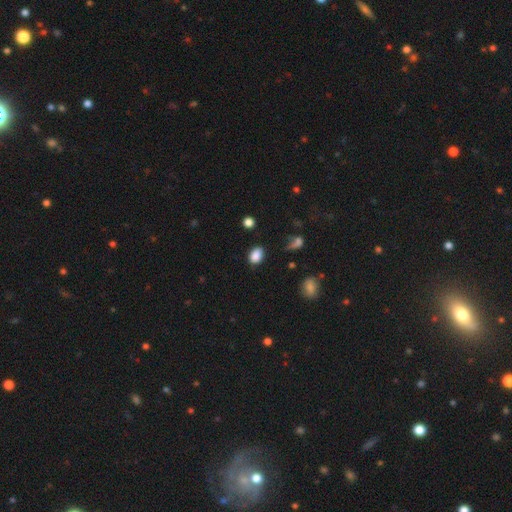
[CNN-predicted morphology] Smooth or featured: smooth — 86% (star or artifact — 9%)
How rounded: in between — 75% (round — 24%)
Merging: none — 79% (minor disturbance — 15%)